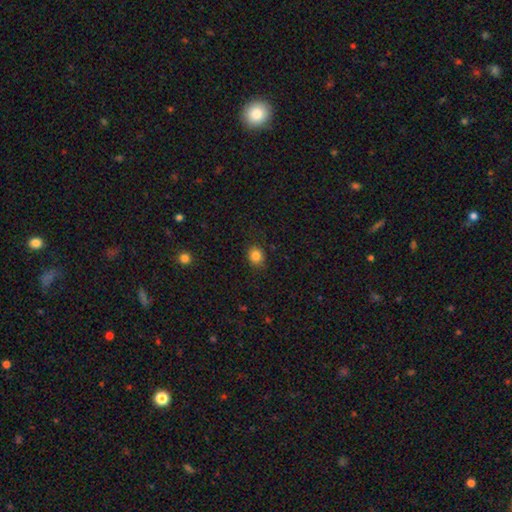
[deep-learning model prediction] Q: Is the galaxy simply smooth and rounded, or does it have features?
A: smooth — 84%.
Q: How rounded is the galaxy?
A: round — 68%.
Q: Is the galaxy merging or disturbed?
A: none — 85%.